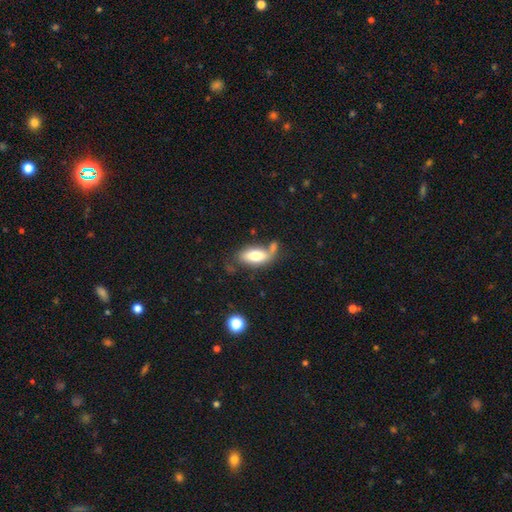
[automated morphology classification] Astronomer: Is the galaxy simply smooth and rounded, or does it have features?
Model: smooth — 72%.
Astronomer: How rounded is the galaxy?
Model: in between — 88%.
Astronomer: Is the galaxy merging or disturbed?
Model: none — 47%.